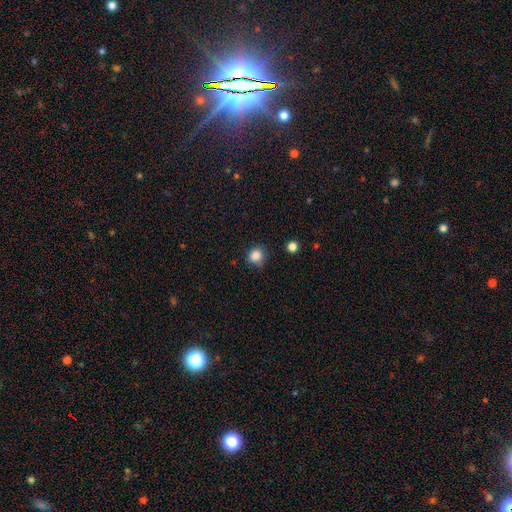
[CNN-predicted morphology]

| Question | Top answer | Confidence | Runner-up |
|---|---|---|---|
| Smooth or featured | smooth | 85% | star or artifact (11%) |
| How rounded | round | 82% | in between (17%) |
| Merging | none | 71% | minor disturbance (21%) |